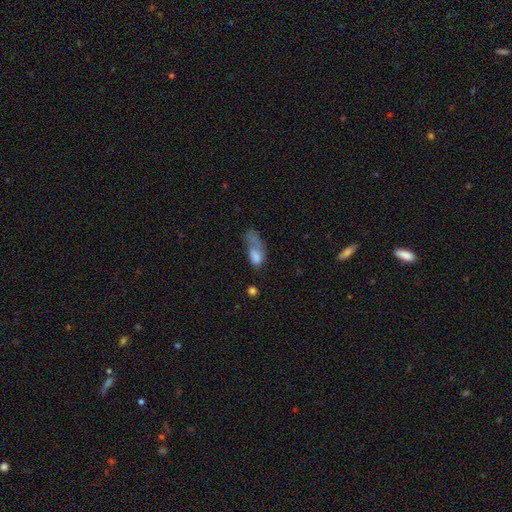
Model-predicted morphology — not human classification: Smooth or featured? smooth (68%)
How rounded? in between (83%)
Merging? major disturbance (51%)